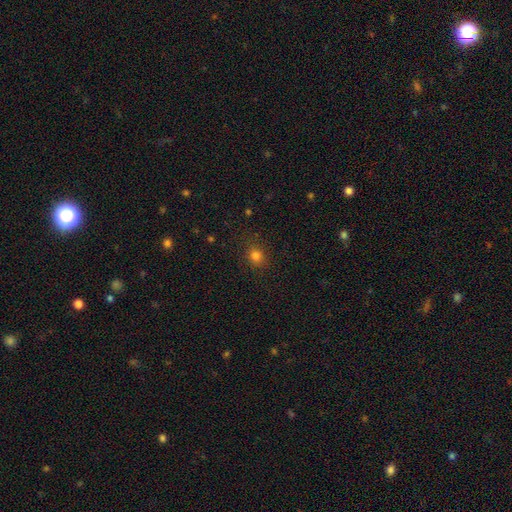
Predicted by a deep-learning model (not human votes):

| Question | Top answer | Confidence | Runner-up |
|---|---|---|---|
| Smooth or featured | smooth | 80% | star or artifact (15%) |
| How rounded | round | 76% | in between (23%) |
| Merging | none | 86% | minor disturbance (10%) |